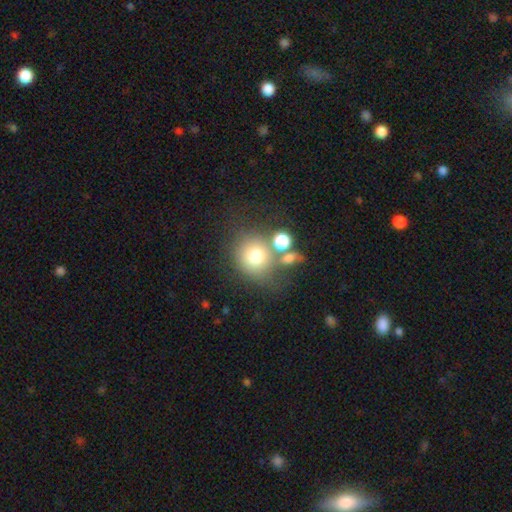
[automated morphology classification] Smooth or featured? Predicted: smooth (p=0.74). How rounded? Predicted: round (p=0.85). Merging? Predicted: none (p=0.55).